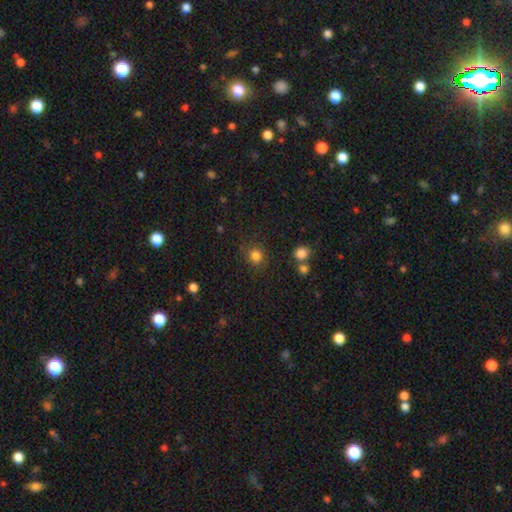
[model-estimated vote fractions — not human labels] smooth-or-featured: smooth: 82% | star or artifact: 13% | featured or disk: 5%
  how-rounded: round: 85% | in between: 14% | cigar-shaped: 1%
  merging: none: 83% | minor disturbance: 10% | major disturbance: 4% | merger: 4%